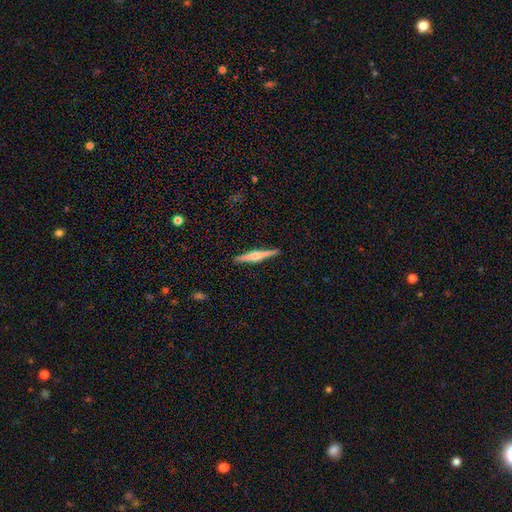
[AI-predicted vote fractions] Smooth or featured? featured or disk (67%)
Edge-on disk? yes (98%)
Edge-on bulge? rounded (84%)
Merging? none (91%)